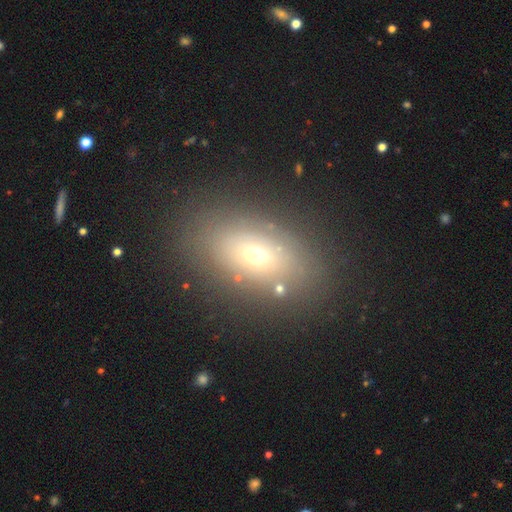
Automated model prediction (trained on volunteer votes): Smooth or featured? smooth (57%)
How rounded? in between (79%)
Merging? none (80%)